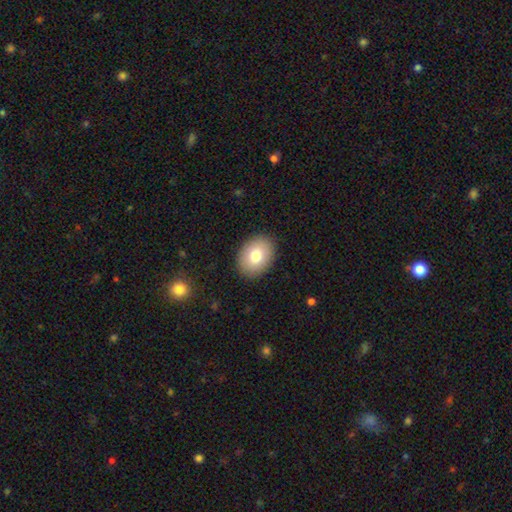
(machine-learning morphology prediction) Q: Smooth or featured?
A: smooth (78%); runner-up: featured or disk (14%)
Q: How rounded?
A: in between (73%); runner-up: round (26%)
Q: Merging?
A: none (89%); runner-up: minor disturbance (8%)